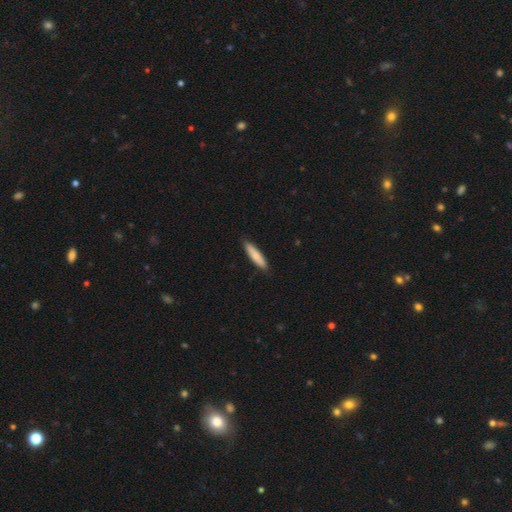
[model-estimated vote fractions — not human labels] smooth 79%, featured or disk 16%, star or artifact 5%. Down the decision tree: how rounded — cigar-shaped (82%); merging — none (88%).